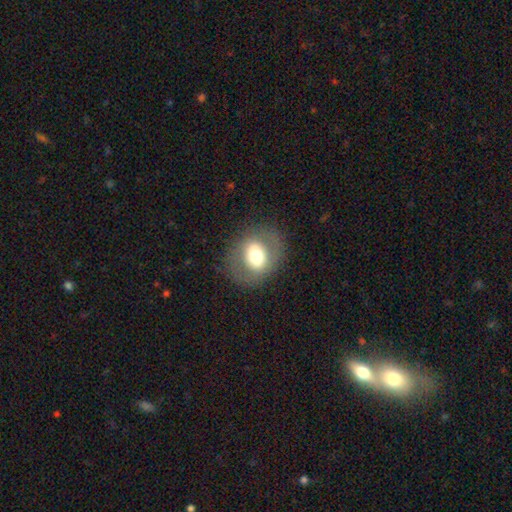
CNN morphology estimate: Smooth or featured? Predicted: smooth (p=0.54). How rounded? Predicted: round (p=0.57). Merging? Predicted: none (p=0.80).